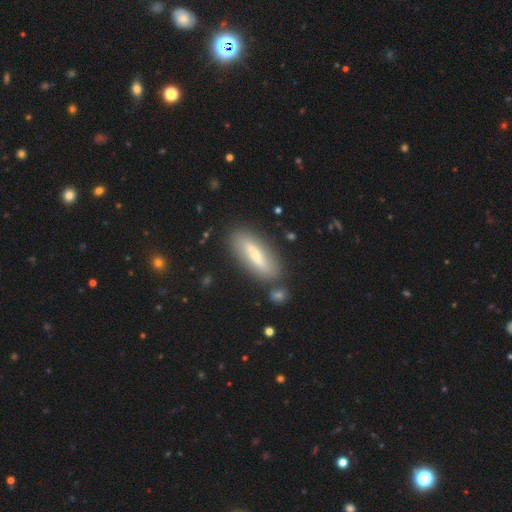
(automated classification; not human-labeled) Smooth or featured?
  - smooth: 47% *
  - featured or disk: 46%
  - star or artifact: 7%
Merging?
  - none: 83% *
  - minor disturbance: 10%
  - merger: 4%
  - major disturbance: 3%